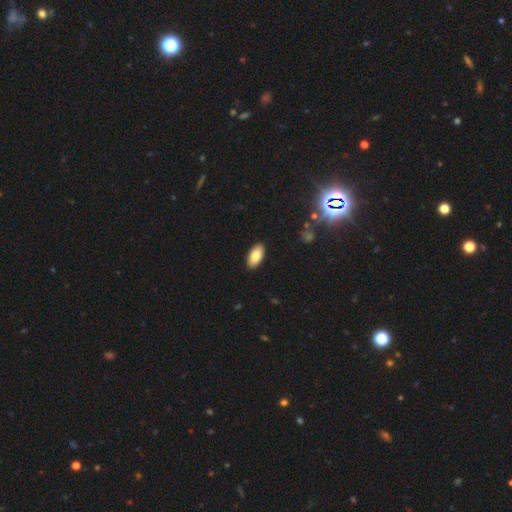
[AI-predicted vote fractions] Smooth or featured? Predicted: smooth (p=0.83). How rounded? Predicted: in between (p=0.94). Merging? Predicted: none (p=0.90).